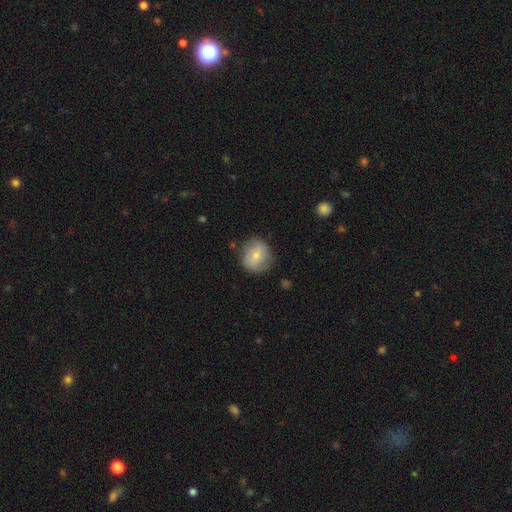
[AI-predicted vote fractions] Q: Smooth or featured?
A: smooth (63%); runner-up: featured or disk (30%)
Q: How rounded?
A: round (84%); runner-up: in between (15%)
Q: Merging?
A: none (74%); runner-up: minor disturbance (19%)